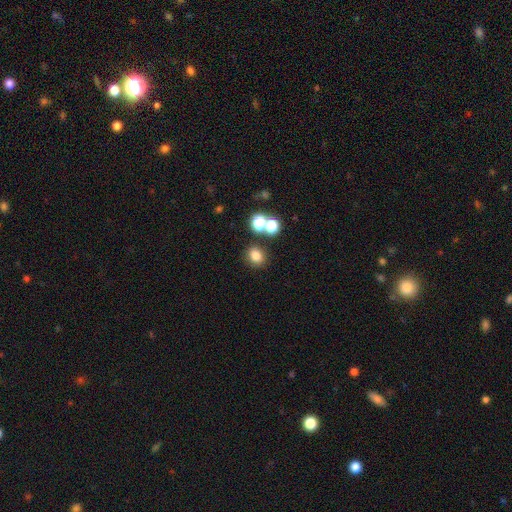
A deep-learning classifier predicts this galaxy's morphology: Q: Smooth or featured?
A: smooth (78%); runner-up: star or artifact (14%)
Q: How rounded?
A: round (61%); runner-up: in between (38%)
Q: Merging?
A: none (74%); runner-up: merger (13%)